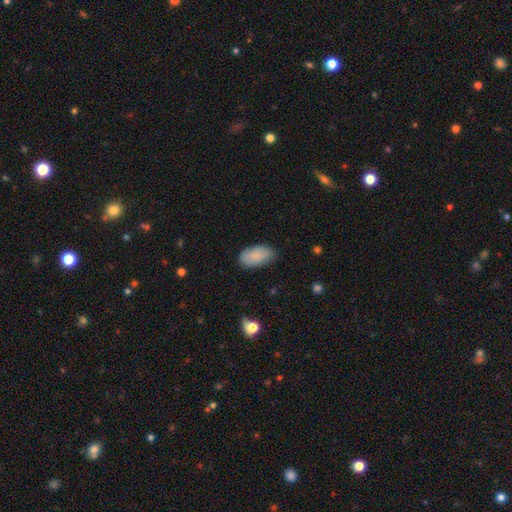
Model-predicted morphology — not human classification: The model was most divided on "merging": none: 74%, minor disturbance: 21%, major disturbance: 4%, merger: 1%. More confident: how rounded — in between (94%); smooth or featured — smooth (86%).